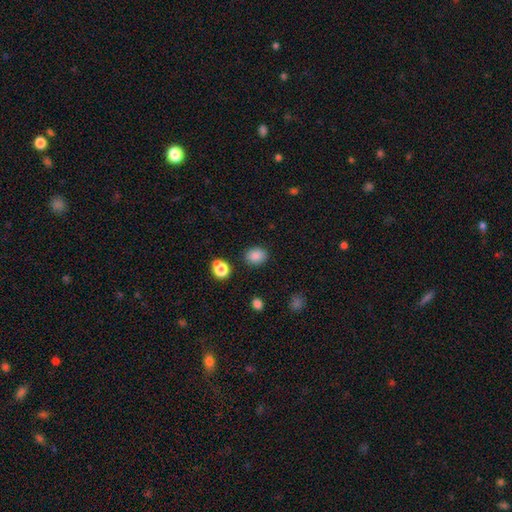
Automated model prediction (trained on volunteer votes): smooth 86%, star or artifact 10%, featured or disk 4%. Down the decision tree: how rounded — round (56%); merging — none (86%).